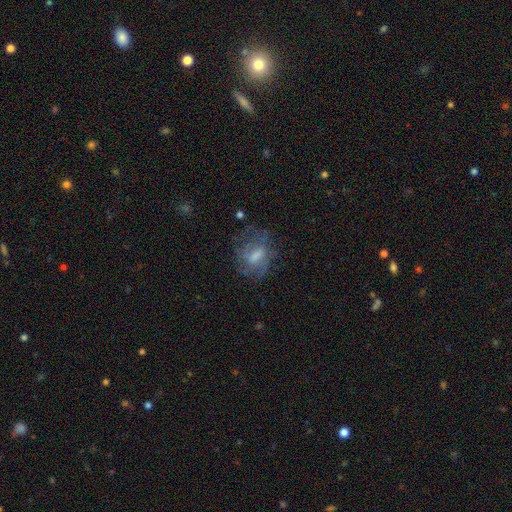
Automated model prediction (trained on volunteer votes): Smooth or featured? featured or disk (50%)
Edge-on disk? no (95%)
Merging? none (54%)